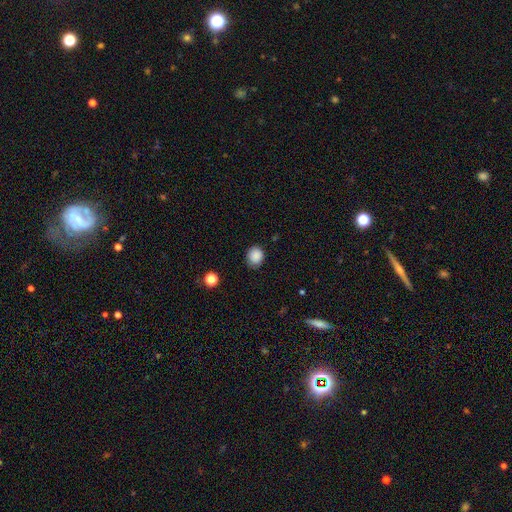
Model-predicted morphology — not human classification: smooth-or-featured: smooth: 87% | star or artifact: 10% | featured or disk: 3%
  how-rounded: round: 77% | in between: 22% | cigar-shaped: 1%
  merging: none: 83% | minor disturbance: 13% | major disturbance: 3% | merger: 1%